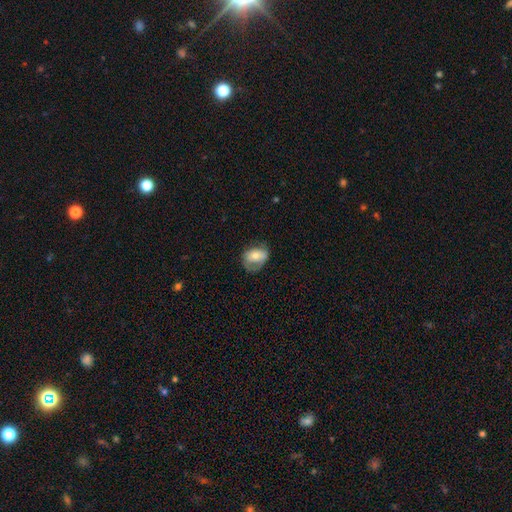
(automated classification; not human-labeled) This appears to be a smooth galaxy with no disk features (61%) that is in between round and cigar-shaped (70%). Merging: none (51%).